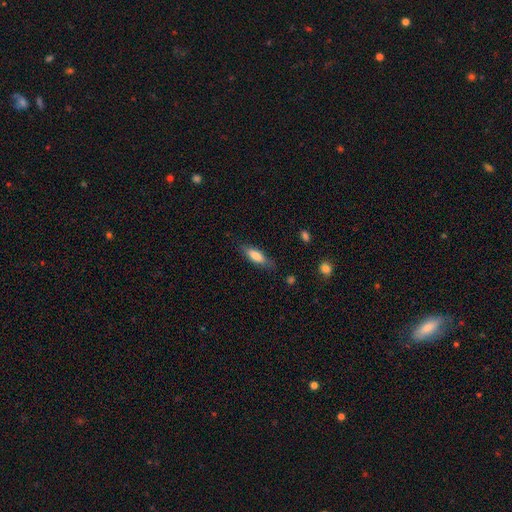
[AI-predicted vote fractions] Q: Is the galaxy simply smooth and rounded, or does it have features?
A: smooth — 74%.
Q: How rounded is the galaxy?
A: in between — 56%.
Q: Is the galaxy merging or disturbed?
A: none — 78%.